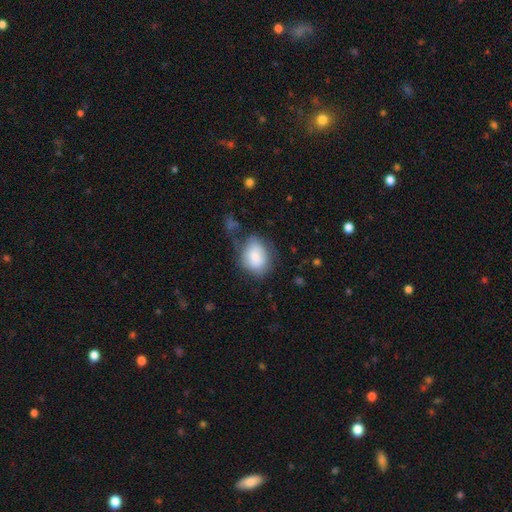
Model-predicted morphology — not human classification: This is likely a smooth galaxy (77%). How rounded: possibly in between (57%). Merging: possibly none (50%).